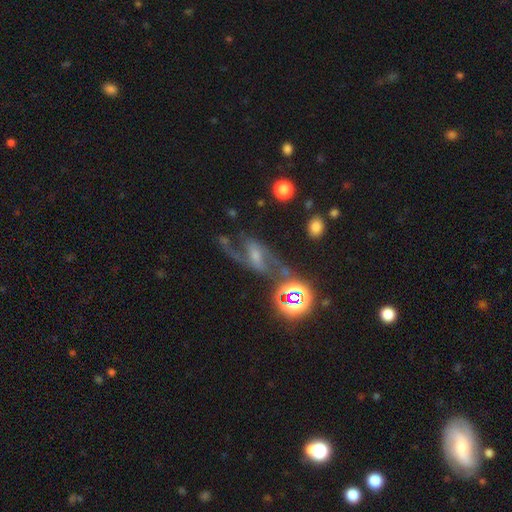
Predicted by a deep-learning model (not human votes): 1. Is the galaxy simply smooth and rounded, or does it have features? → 73% featured or disk, 17% star or artifact, 10% smooth.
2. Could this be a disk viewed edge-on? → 94% no, 6% yes.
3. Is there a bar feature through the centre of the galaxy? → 42% weak, 30% strong, 27% no.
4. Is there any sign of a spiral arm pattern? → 92% yes, 8% no.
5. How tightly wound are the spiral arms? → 50% loose, 40% medium, 10% tight.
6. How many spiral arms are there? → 88% 2, 4% 1, 4% can't tell, 1% 3, 1% 4, 1% more than 4.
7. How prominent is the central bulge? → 46% small, 36% moderate, 10% none, 6% large, 2% dominant.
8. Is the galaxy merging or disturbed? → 56% none, 18% minor disturbance, 18% major disturbance, 8% merger.